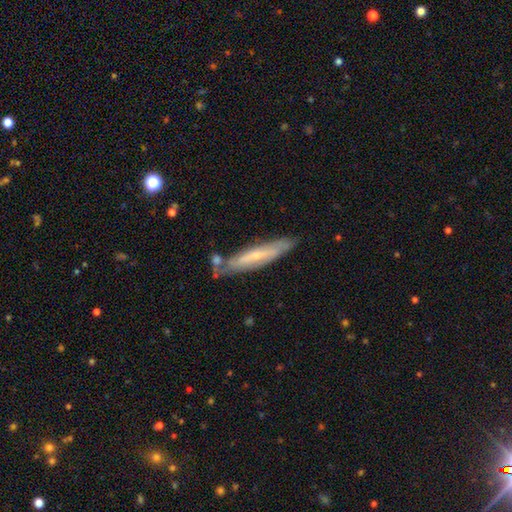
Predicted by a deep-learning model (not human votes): A featured or disk galaxy (58%) viewed edge-on (64%).

Vote fractions:
- Smooth or featured? featured or disk: 58% / smooth: 36% / star or artifact: 6%
- Edge-on disk? yes: 64% / no: 36%
- Merging? none: 67% / minor disturbance: 19% / merger: 9% / major disturbance: 5%